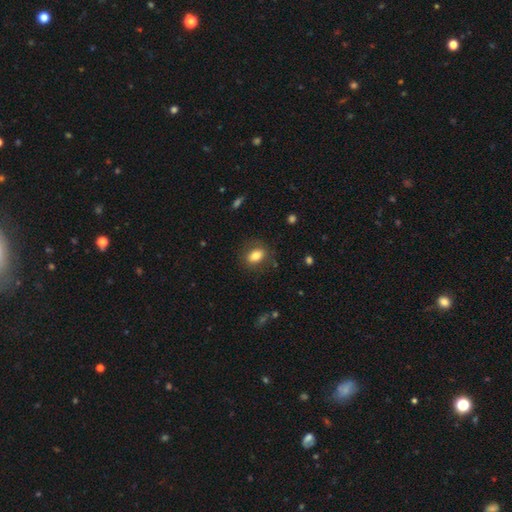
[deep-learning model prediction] Overall: smooth (80%). How rounded: in between (73%). Merging: none (80%).